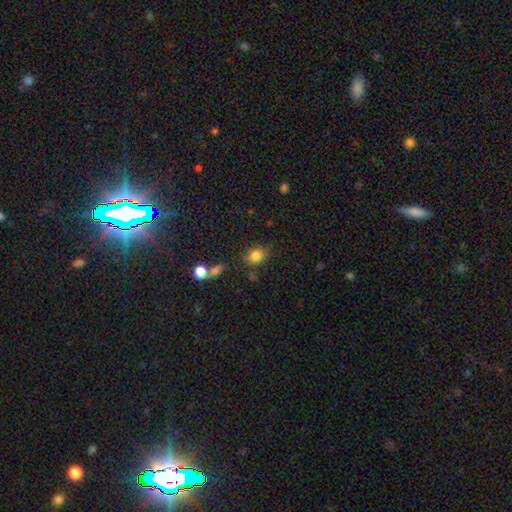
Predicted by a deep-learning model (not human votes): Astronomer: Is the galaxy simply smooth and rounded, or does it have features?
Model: smooth — 83%.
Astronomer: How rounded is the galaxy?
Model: in between — 63%.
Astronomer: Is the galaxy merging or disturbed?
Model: none — 73%.